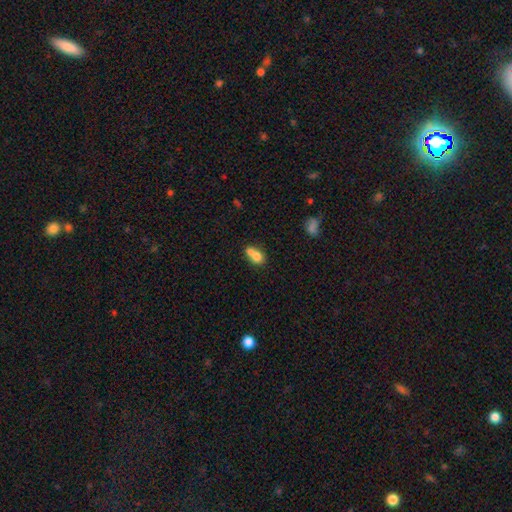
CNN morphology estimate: This is likely a smooth galaxy (74%). How rounded: possibly in between (51%). Merging: possibly merger (60%).